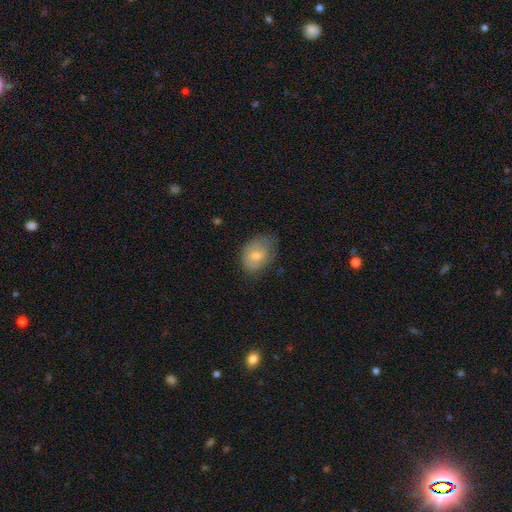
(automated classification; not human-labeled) Morphology: type=smooth (62%); roundness=in between (74%); merging=none (56%).